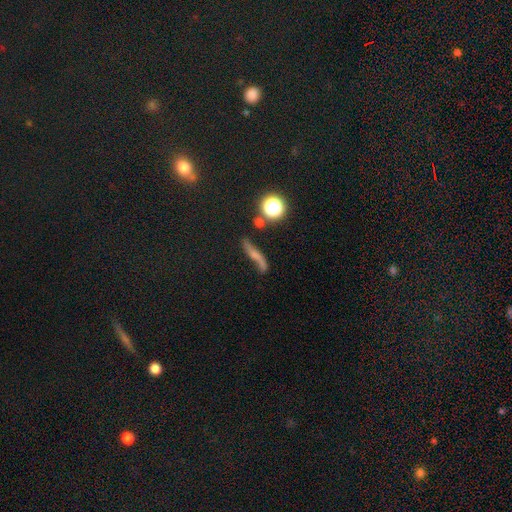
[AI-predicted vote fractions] featured or disk 48%, smooth 35%, star or artifact 17%. Down the decision tree: merging — none (59%).